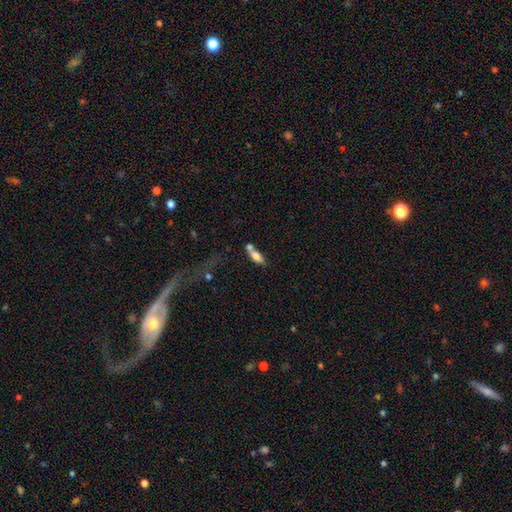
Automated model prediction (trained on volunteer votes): Overall: smooth (70%). How rounded: in between (70%). Merging: none (42%; merger 38%).